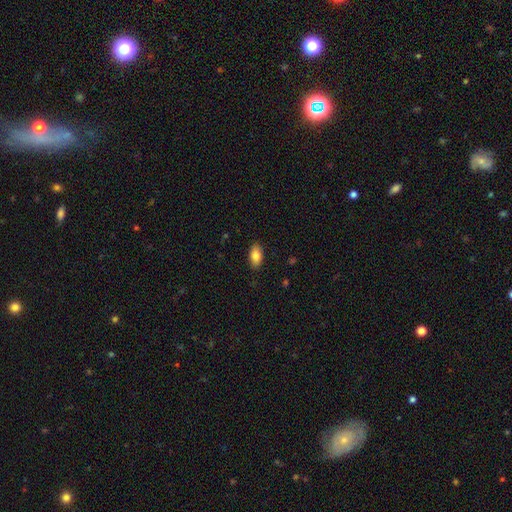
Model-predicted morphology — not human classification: A smooth galaxy with no disk features (85%) that is in between round and cigar-shaped (92%).

Vote fractions:
- Smooth or featured? smooth: 85% / featured or disk: 8% / star or artifact: 7%
- How rounded? in between: 92% / cigar-shaped: 4% / round: 4%
- Merging? none: 88% / minor disturbance: 9% / major disturbance: 2% / merger: 1%